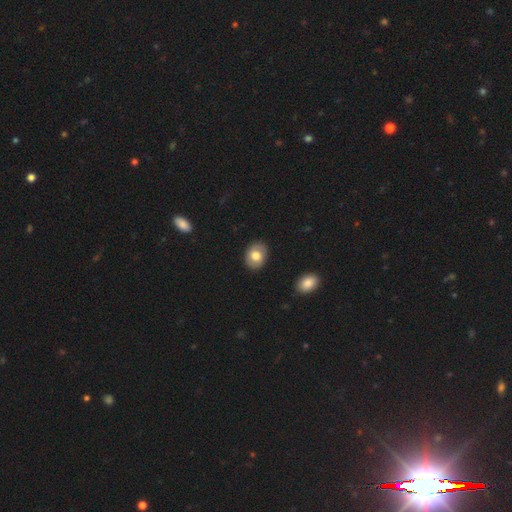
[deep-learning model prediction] The model was most divided on "how rounded": in between: 65%, round: 34%, cigar-shaped: 1%. More confident: merging — none (86%); smooth or featured — smooth (68%).